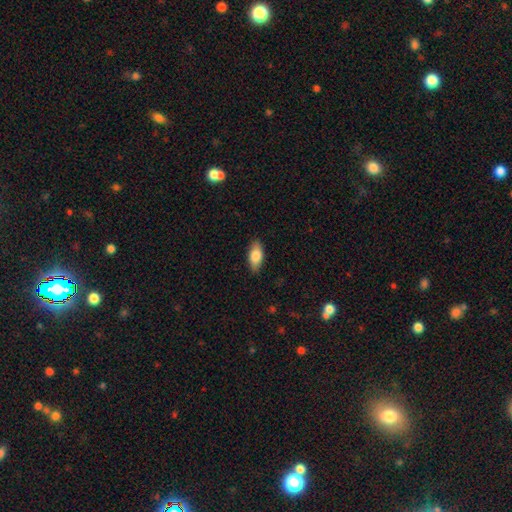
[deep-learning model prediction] Smooth or featured? Predicted: smooth (p=0.81). How rounded? Predicted: in between (p=0.87). Merging? Predicted: none (p=0.87).